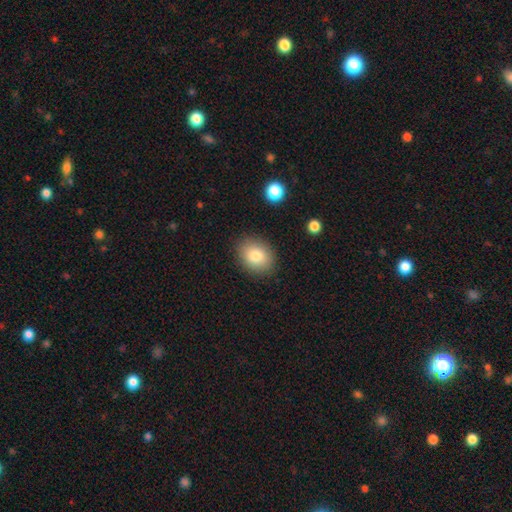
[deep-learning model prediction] Smooth or featured: smooth — 82% (star or artifact — 9%)
How rounded: in between — 52% (round — 47%)
Merging: none — 87% (minor disturbance — 9%)